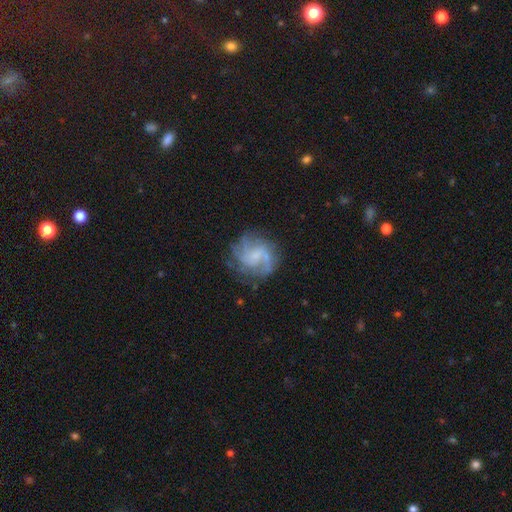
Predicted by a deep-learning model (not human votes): A featured or disk galaxy (79%) with a weak bar (48%), 2 (42%) medium (48%) spiral arms (94%) and a small central bulge (51%). Merging: none (72%).